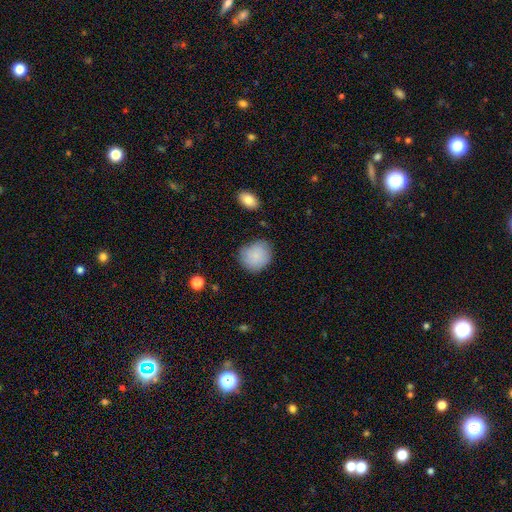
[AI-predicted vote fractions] This appears to be a smooth galaxy with no disk features (84%) that is round (76%). Merging: none (76%).